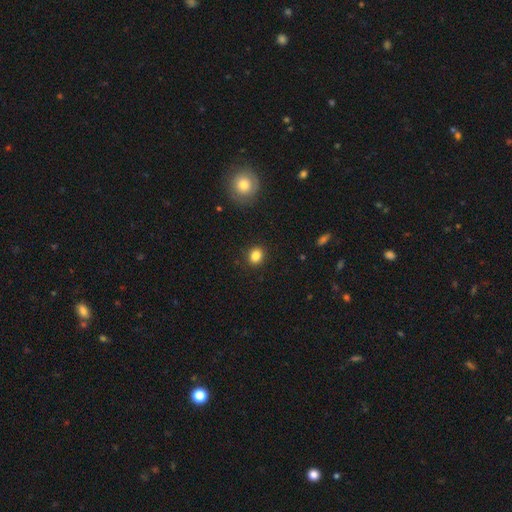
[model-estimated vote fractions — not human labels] This is clearly a smooth galaxy (85%). How rounded: likely round (70%). Merging: clearly none (90%).